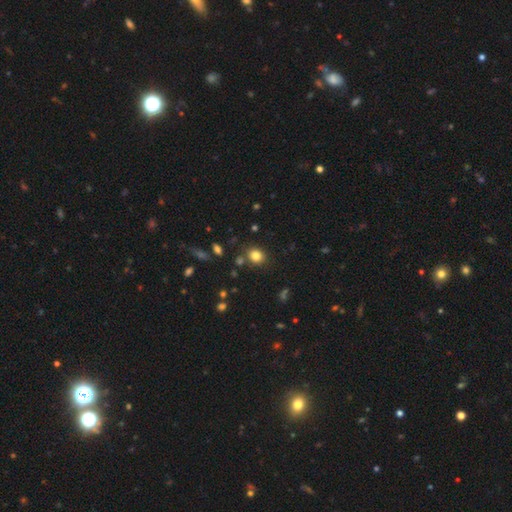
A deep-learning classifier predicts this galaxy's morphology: smooth_or_featured: smooth (p=0.81) [alt: star or artifact p=0.12]
how_rounded: round (p=0.69) [alt: in between p=0.30]
merging: none (p=0.81) [alt: minor disturbance p=0.10]